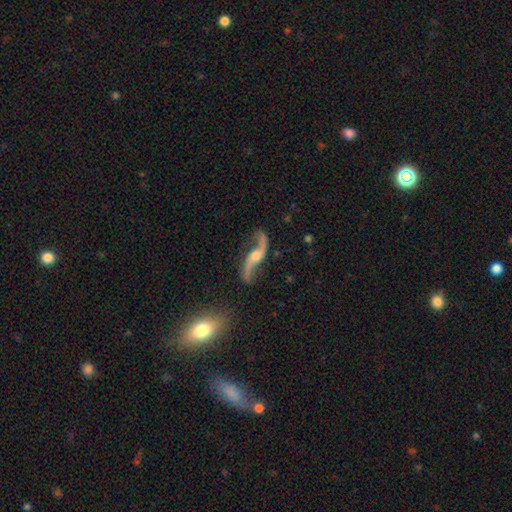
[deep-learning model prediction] Smooth or featured? Predicted: featured or disk (p=0.90). Edge-on disk? Predicted: no (p=0.90). Bar? Predicted: no (p=0.55). Spiral arms? Predicted: yes (p=0.97). Spiral winding? Predicted: loose (p=0.90). Spiral arm count? Predicted: 2 (p=0.94). Bulge size? Predicted: moderate (p=0.50). Merging? Predicted: none (p=0.78).